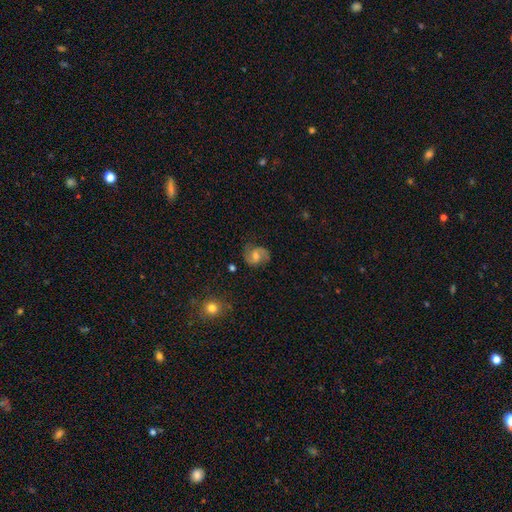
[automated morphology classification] featured or disk 77%, smooth 15%, star or artifact 8%. Down the decision tree: edge-on disk — no (98%); bar — no (47%); spiral arms — yes (95%); spiral arm count — 2 (90%); spiral winding — medium (54%); bulge size — moderate (59%); merging — none (79%).